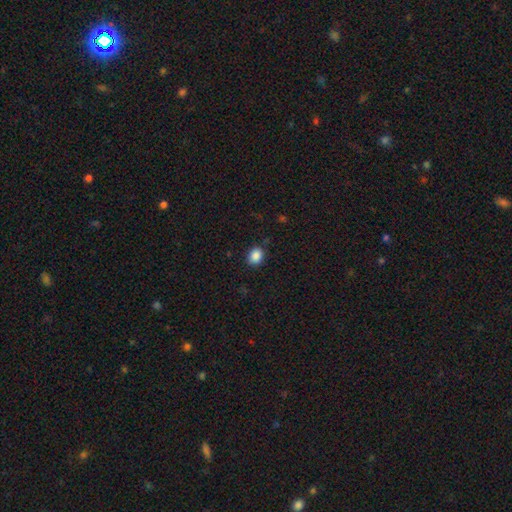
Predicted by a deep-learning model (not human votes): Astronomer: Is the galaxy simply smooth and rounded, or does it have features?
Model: smooth — 87%.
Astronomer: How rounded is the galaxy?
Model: round — 54% (runner-up: in between, 45%).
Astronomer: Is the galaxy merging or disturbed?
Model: none — 86%.